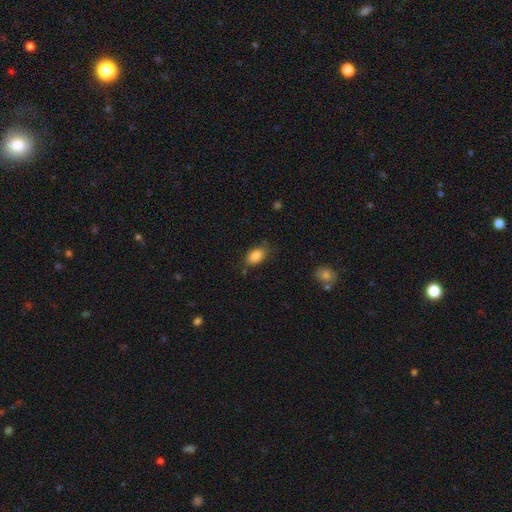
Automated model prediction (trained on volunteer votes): smooth-or-featured: smooth: 87% | star or artifact: 8% | featured or disk: 5%
  how-rounded: in between: 87% | round: 11% | cigar-shaped: 2%
  merging: none: 76% | minor disturbance: 17% | major disturbance: 4% | merger: 2%